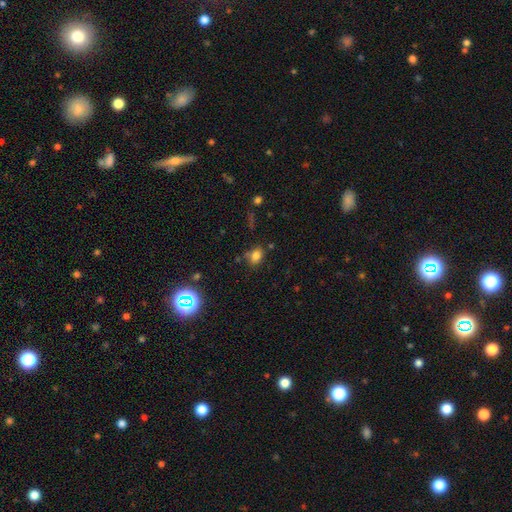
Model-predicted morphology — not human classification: type=smooth (78%); roundness=in between (58%); merging=none (69%).